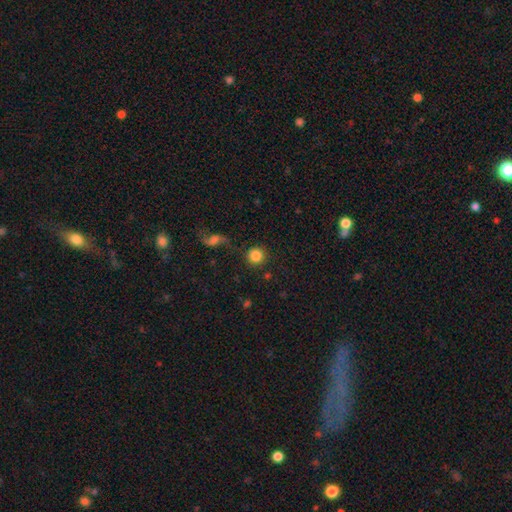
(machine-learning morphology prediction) smooth 84%, star or artifact 9%, featured or disk 7%. Down the decision tree: how rounded — round (95%); merging — none (84%).